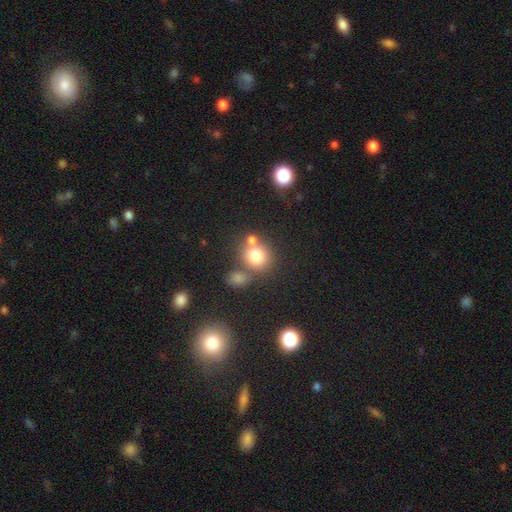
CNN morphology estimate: Smooth or featured? Predicted: smooth (p=0.75). How rounded? Predicted: round (p=0.83). Merging? Predicted: none (p=0.53).